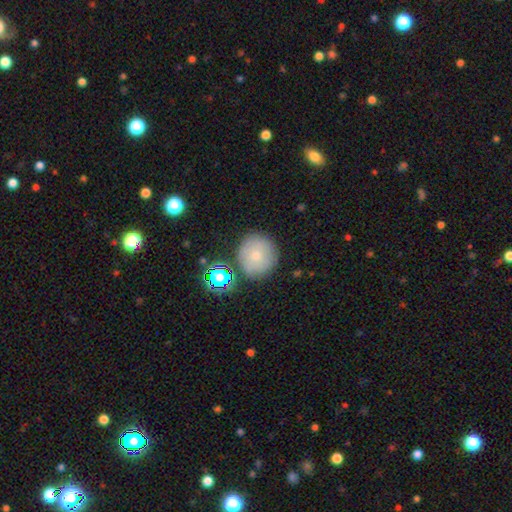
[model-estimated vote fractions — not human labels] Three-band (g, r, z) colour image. It shows a smooth galaxy with no disk features (72%) that is round (91%). Merging: none (77%).